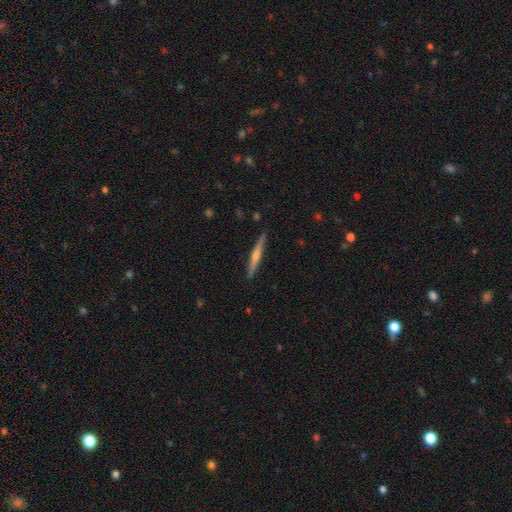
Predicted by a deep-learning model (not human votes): A featured or disk galaxy (65%) viewed edge-on (98%) with a rounded central bulge (78%). Merging: none (90%).